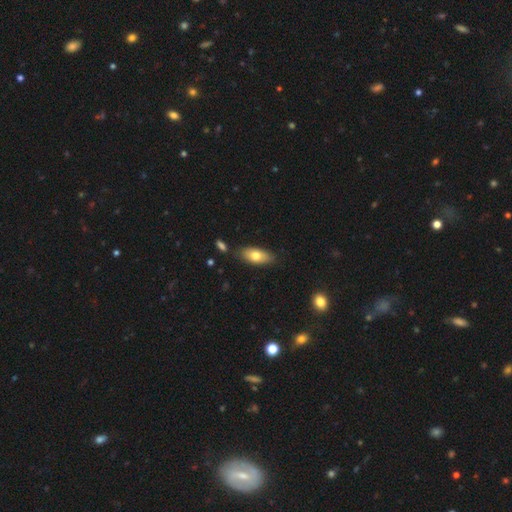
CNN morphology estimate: Smooth or featured: smooth — 73% (featured or disk — 21%)
How rounded: in between — 86% (cigar-shaped — 11%)
Merging: none — 81% (minor disturbance — 13%)